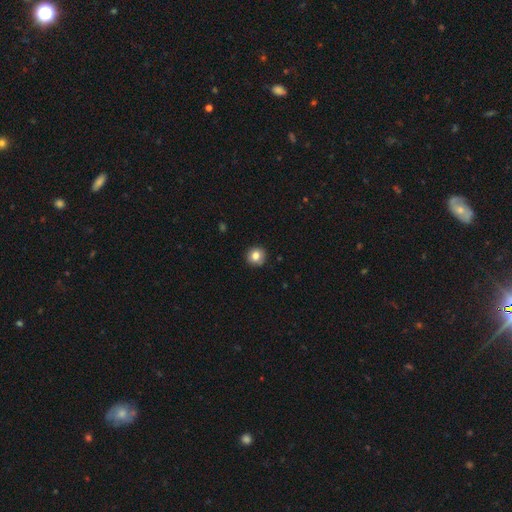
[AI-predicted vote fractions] Q: Smooth or featured?
A: smooth (82%); runner-up: star or artifact (10%)
Q: How rounded?
A: round (93%); runner-up: in between (6%)
Q: Merging?
A: none (90%); runner-up: minor disturbance (7%)